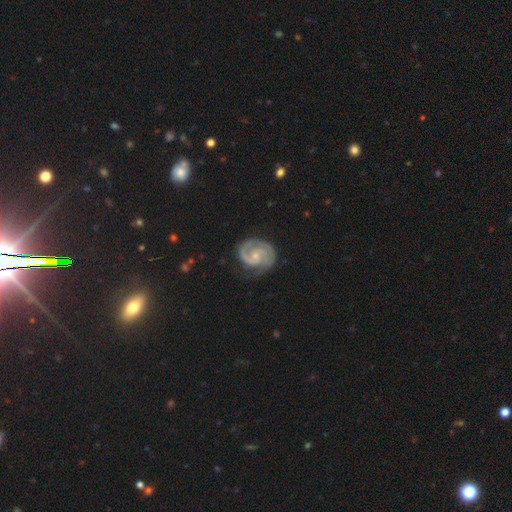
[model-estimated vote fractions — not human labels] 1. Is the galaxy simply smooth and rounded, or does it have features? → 91% featured or disk, 5% smooth, 4% star or artifact.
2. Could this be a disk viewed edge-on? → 98% no, 2% yes.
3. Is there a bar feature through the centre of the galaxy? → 56% no, 36% weak, 8% strong.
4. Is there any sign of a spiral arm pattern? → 98% yes, 2% no.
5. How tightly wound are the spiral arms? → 53% tight, 41% medium, 6% loose.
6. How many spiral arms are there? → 89% 2, 4% 3, 3% can't tell, 2% 1, 1% 4, 1% more than 4.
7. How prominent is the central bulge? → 65% small, 26% moderate, 7% none, 1% large, 1% dominant.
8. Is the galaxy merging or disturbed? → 76% none, 17% minor disturbance, 5% major disturbance, 1% merger.